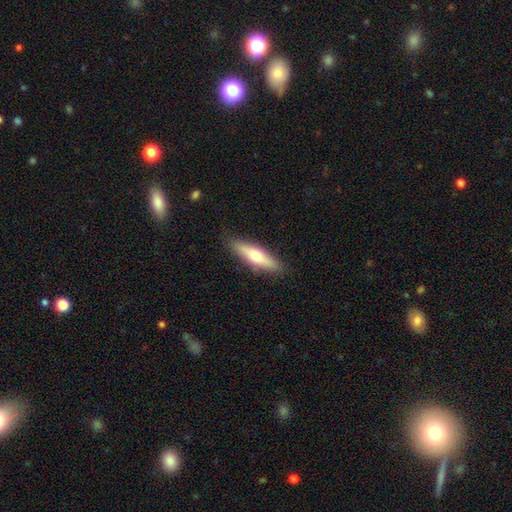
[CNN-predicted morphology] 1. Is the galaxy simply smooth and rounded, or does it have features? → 56% smooth, 38% featured or disk, 6% star or artifact.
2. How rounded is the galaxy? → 70% cigar-shaped, 28% in between, 2% round.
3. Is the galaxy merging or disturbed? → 87% none, 9% minor disturbance, 2% major disturbance, 1% merger.